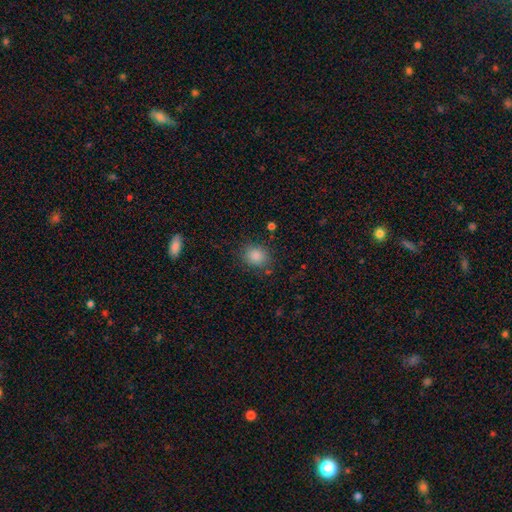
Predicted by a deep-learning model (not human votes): Smooth or featured? smooth (85%)
How rounded? round (69%)
Merging? none (81%)